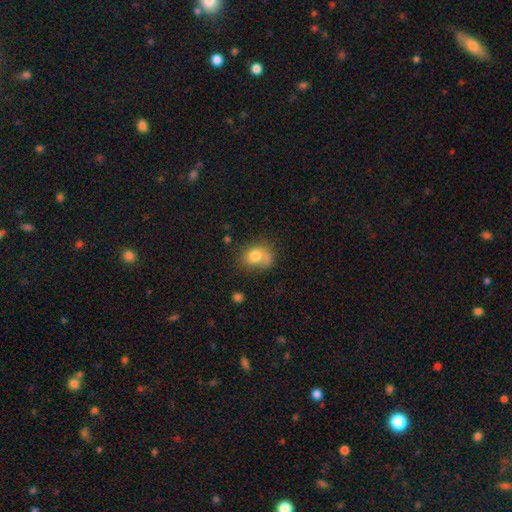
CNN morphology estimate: Smooth or featured? Predicted: smooth (p=0.72). How rounded? Predicted: round (p=0.53). Merging? Predicted: none (p=0.43).